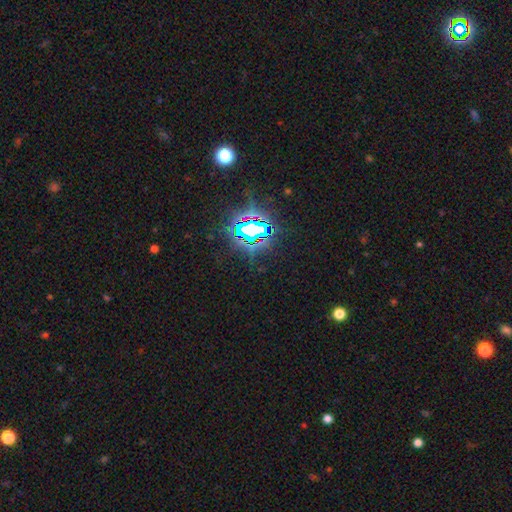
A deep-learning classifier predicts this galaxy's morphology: Smooth or featured? star or artifact (84%)